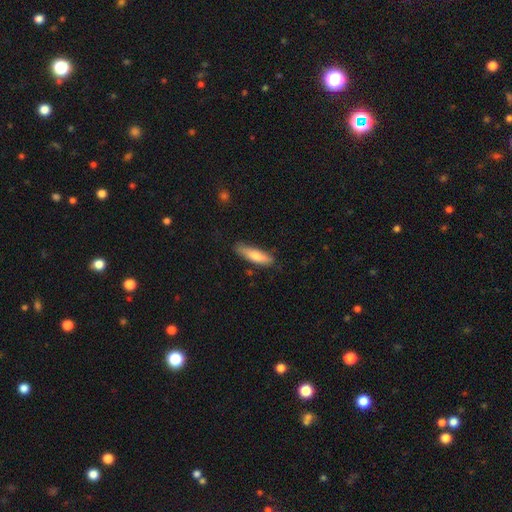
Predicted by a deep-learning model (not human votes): Overall: smooth (77%). How rounded: cigar-shaped (65%; in between 34%). Merging: none (74%).